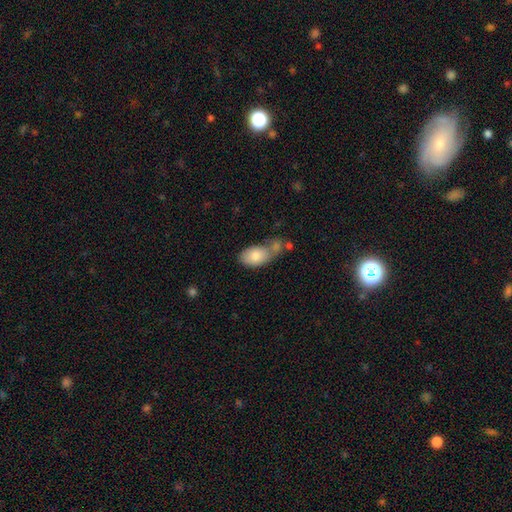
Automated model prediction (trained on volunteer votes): Overall: smooth (80%). How rounded: in between (91%). Merging: merger (34%; none 33%).